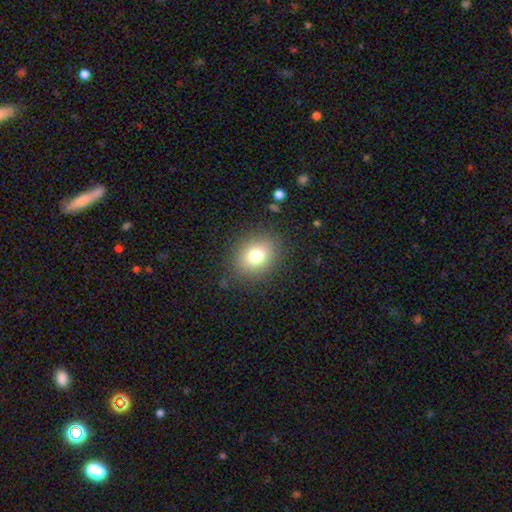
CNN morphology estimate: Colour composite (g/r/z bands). It shows a smooth galaxy with no disk features (76%) that is round (54%). Merging: none (85%).